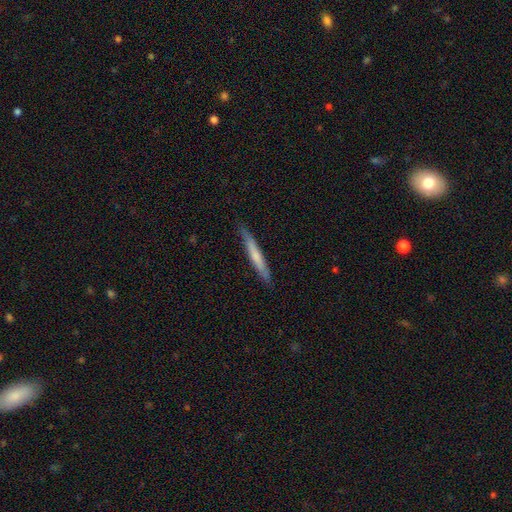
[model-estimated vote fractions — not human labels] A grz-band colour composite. It shows a smooth galaxy with no disk features (59%) that is cigar-shaped (96%). Merging: none (87%).